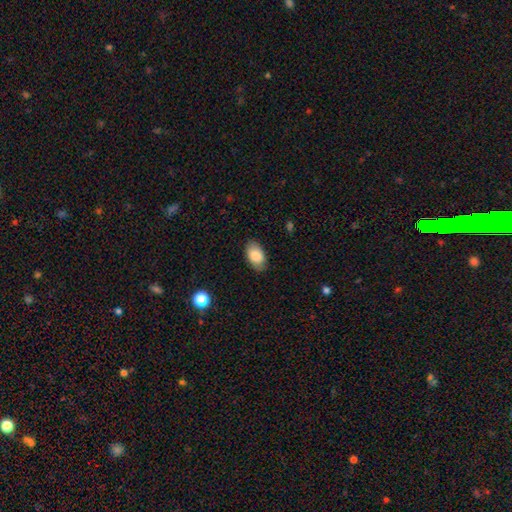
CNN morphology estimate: smooth-or-featured: smooth: 85% | featured or disk: 8% | star or artifact: 7%
  how-rounded: in between: 94% | round: 5% | cigar-shaped: 1%
  merging: none: 83% | minor disturbance: 13% | major disturbance: 3% | merger: 1%